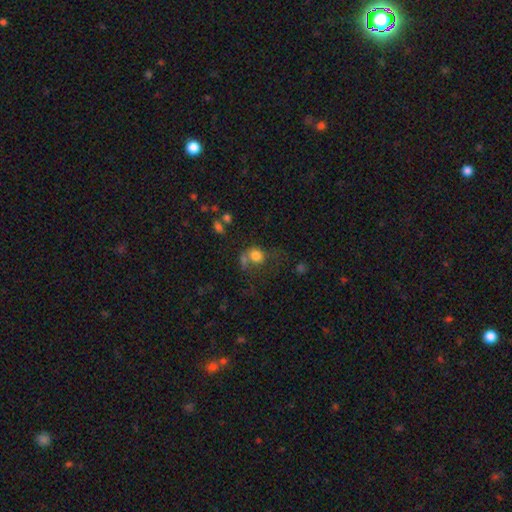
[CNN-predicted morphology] smooth 75%, featured or disk 12%, star or artifact 12%. Down the decision tree: how rounded — round (68%); merging — none (37%).